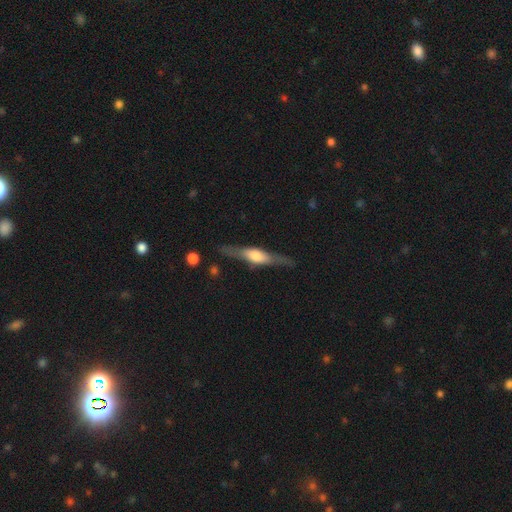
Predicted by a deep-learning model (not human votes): This appears to be a featured or disk galaxy (66%) viewed edge-on (94%) with a rounded central bulge (80%). Merging: none (82%).